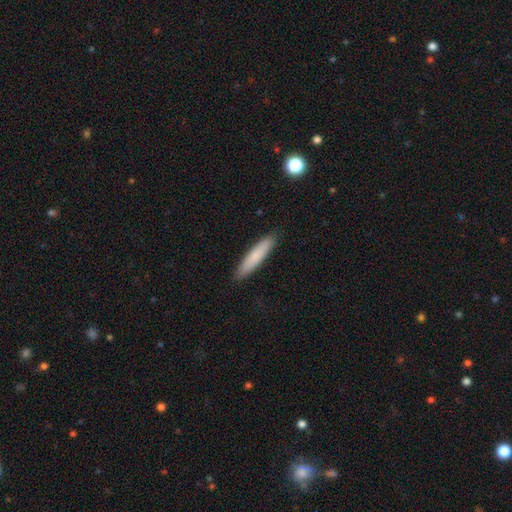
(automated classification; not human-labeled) Morphology: type=smooth (79%); roundness=cigar-shaped (87%); merging=none (90%).